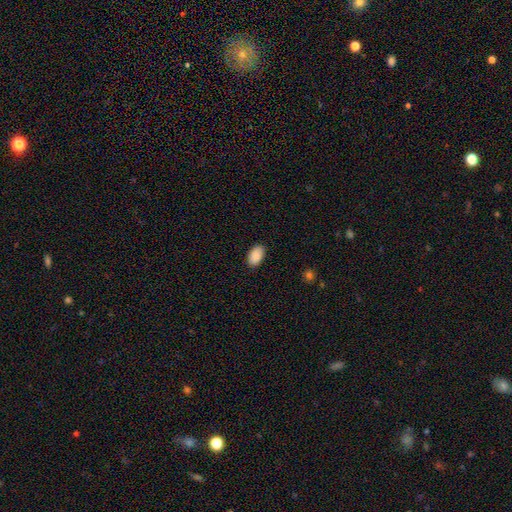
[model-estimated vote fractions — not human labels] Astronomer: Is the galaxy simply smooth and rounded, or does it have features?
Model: smooth — 90%.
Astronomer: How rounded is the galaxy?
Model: in between — 94%.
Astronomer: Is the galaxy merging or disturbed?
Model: none — 88%.